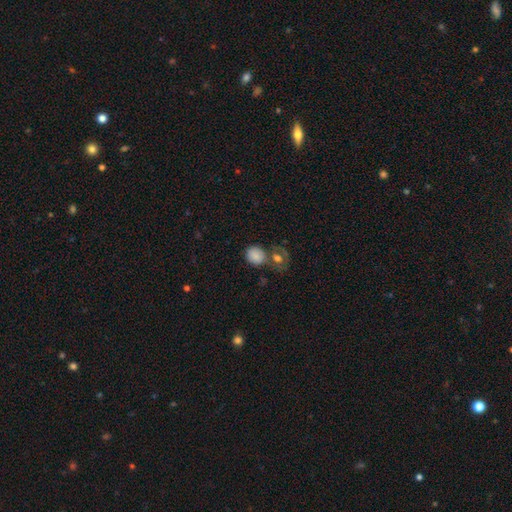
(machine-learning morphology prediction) Smooth or featured? Predicted: smooth (p=0.83). How rounded? Predicted: round (p=0.62). Merging? Predicted: none (p=0.51).